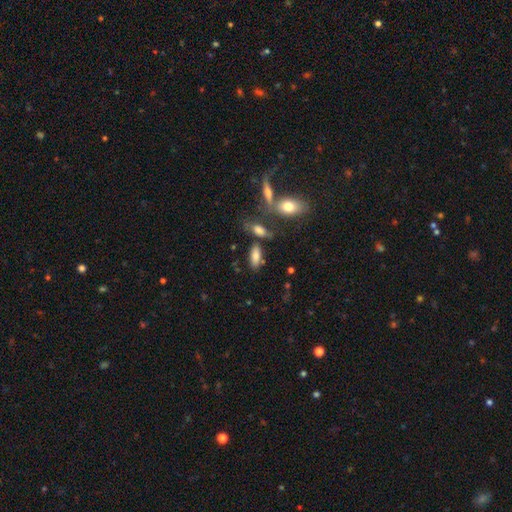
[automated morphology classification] type=smooth (79%); roundness=in between (81%); merging=none (68%).